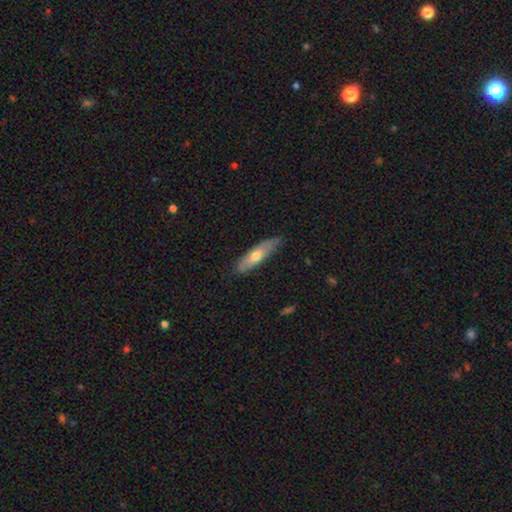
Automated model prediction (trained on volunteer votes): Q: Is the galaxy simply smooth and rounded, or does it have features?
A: smooth — 58%.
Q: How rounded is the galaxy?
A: cigar-shaped — 67%.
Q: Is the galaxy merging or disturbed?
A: none — 79%.